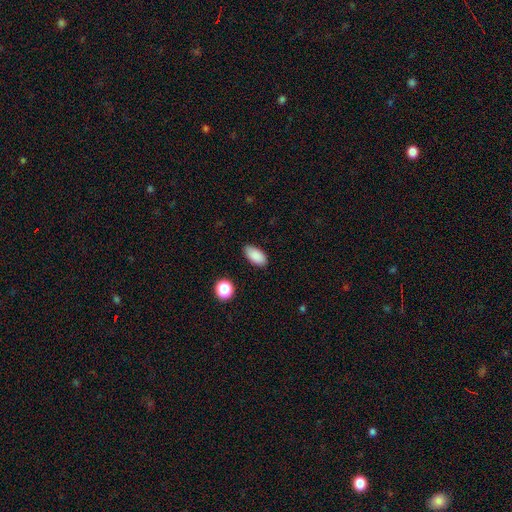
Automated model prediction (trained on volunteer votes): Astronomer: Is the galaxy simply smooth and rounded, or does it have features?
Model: smooth — 89%.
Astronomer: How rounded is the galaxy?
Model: in between — 93%.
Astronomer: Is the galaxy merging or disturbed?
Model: none — 85%.